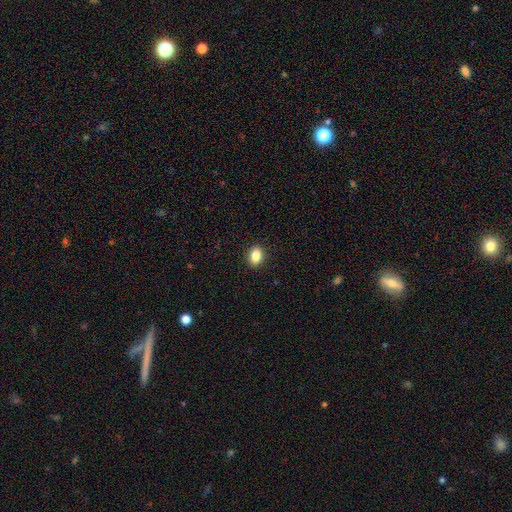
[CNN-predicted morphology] type=smooth (85%); roundness=in between (71%); merging=none (91%).